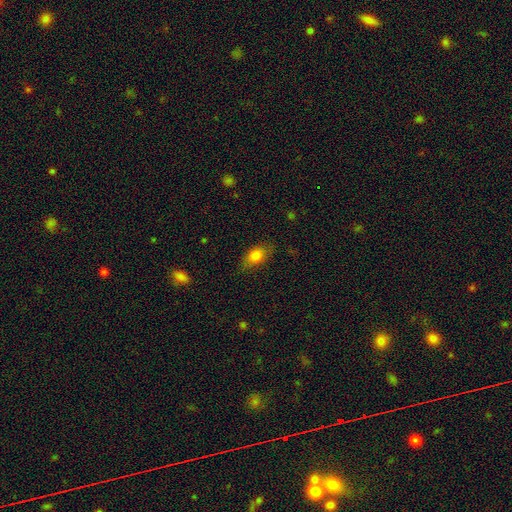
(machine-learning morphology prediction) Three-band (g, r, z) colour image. It shows a smooth galaxy with no disk features (79%) that is in between round and cigar-shaped (84%). Merging: none (78%).